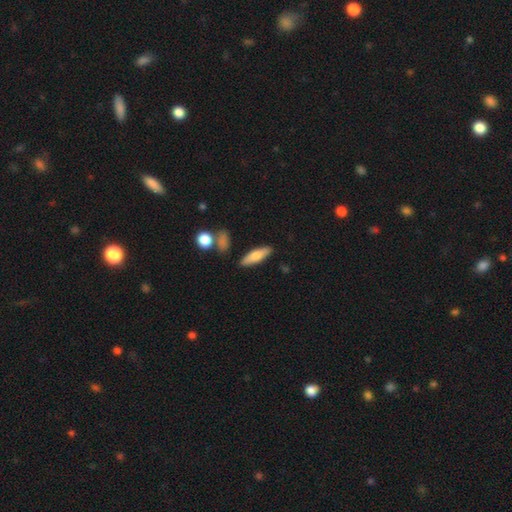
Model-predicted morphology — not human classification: This is likely a smooth galaxy (68%). How rounded: possibly cigar-shaped (51%). Merging: clearly none (83%).